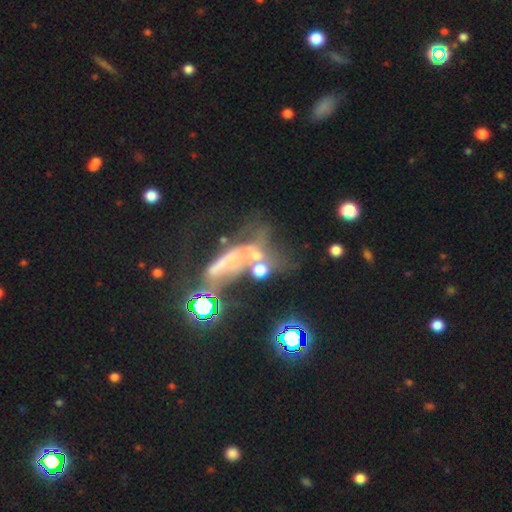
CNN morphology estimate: Q: Smooth or featured?
A: featured or disk (37%); runner-up: smooth (35%)
Q: Merging?
A: merger (48%); runner-up: major disturbance (24%)